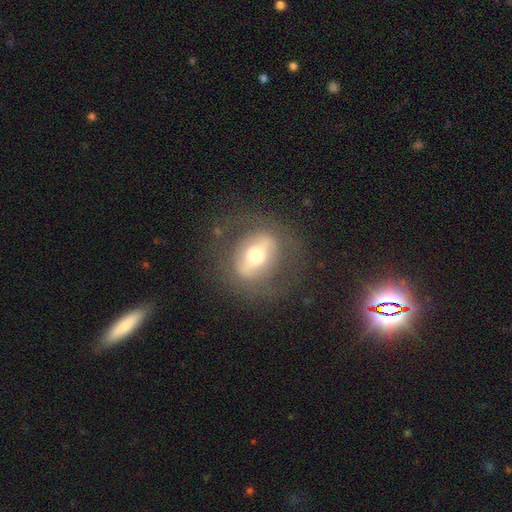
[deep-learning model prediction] Q: Smooth or featured?
A: featured or disk (53%); runner-up: smooth (38%)
Q: Edge-on disk?
A: no (84%); runner-up: yes (16%)
Q: Merging?
A: none (76%); runner-up: minor disturbance (12%)